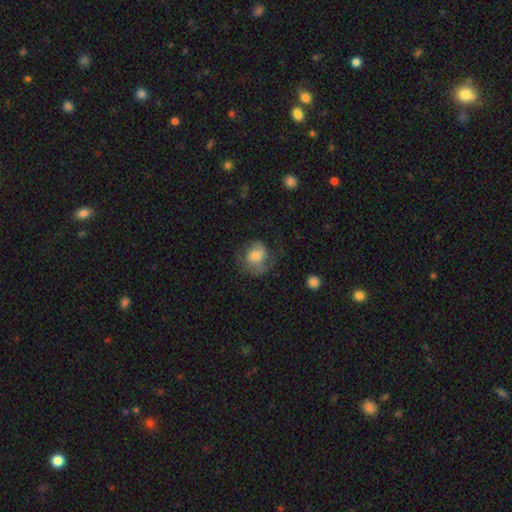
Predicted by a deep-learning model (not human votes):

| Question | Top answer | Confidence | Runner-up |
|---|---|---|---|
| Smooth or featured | smooth | 54% | featured or disk (38%) |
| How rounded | round | 68% | in between (31%) |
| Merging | none | 51% | minor disturbance (24%) |